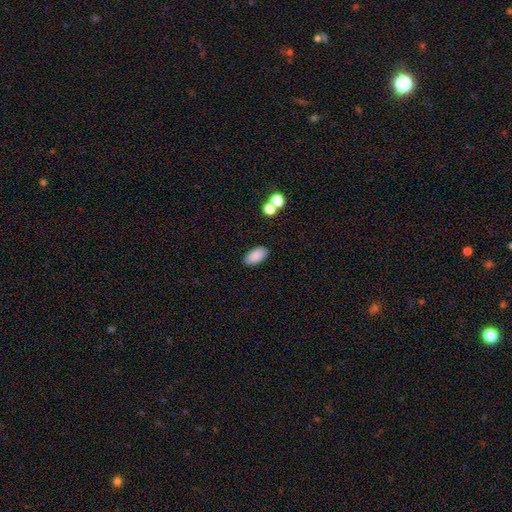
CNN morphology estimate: This appears to be a smooth galaxy with no disk features (88%) that is in between round and cigar-shaped (94%). Merging: none (88%).